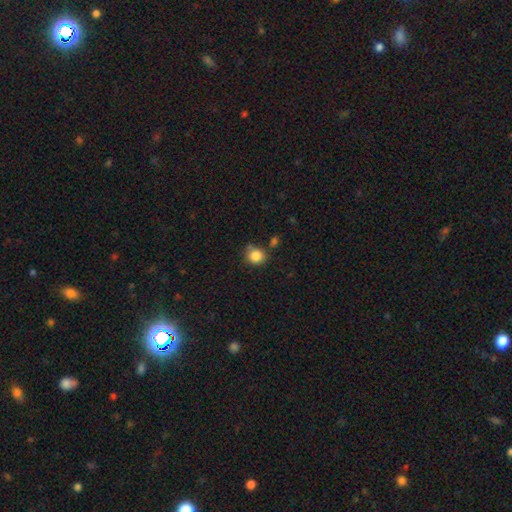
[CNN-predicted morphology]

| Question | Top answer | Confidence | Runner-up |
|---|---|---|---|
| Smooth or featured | smooth | 85% | star or artifact (10%) |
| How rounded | round | 82% | in between (17%) |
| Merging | none | 70% | minor disturbance (17%) |